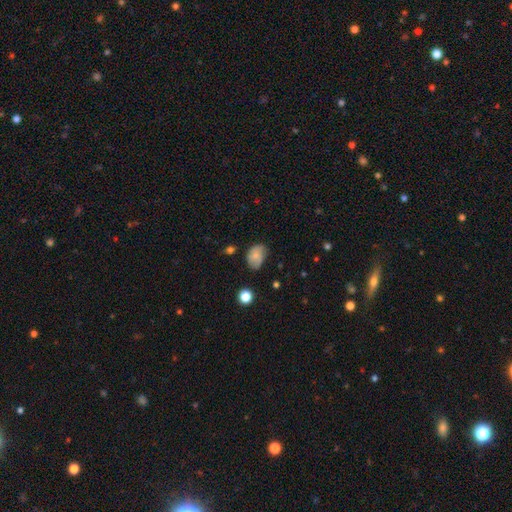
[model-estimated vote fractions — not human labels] This is likely a smooth galaxy (74%). How rounded: likely in between (76%). Merging: possibly none (51%).